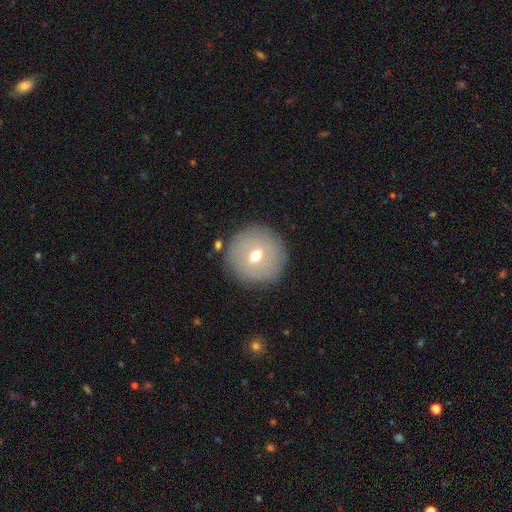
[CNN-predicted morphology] Smooth or featured?
  - smooth: 56% *
  - featured or disk: 35%
  - star or artifact: 9%
How rounded?
  - round: 93% *
  - in between: 6%
  - cigar-shaped: 1%
Merging?
  - none: 85% *
  - minor disturbance: 9%
  - major disturbance: 4%
  - merger: 2%